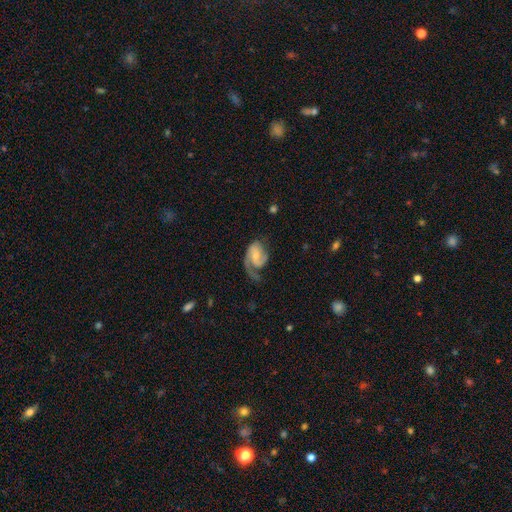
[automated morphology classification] The model was most divided on "bar": no: 49%, weak: 40%, strong: 11%. Remaining: edge-on disk — no (97%); spiral arms — yes (95%); smooth or featured — featured or disk (81%); spiral arm count — 2 (59%); bulge size — small (57%); merging — none (47%); spiral winding — medium (46%).